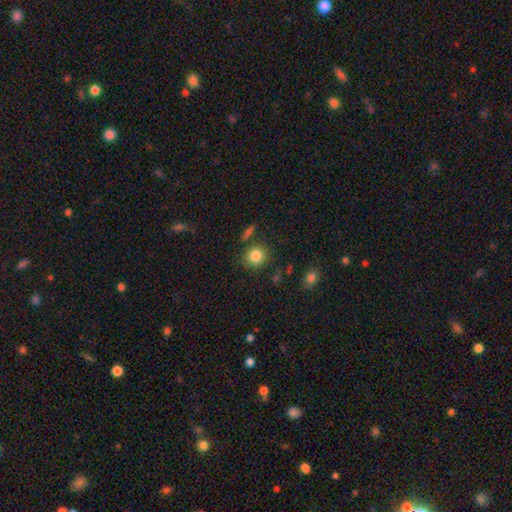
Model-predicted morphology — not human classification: smooth_or_featured: smooth (p=0.84) [alt: star or artifact p=0.10]
how_rounded: round (p=0.85) [alt: in between p=0.14]
merging: none (p=0.79) [alt: minor disturbance p=0.12]